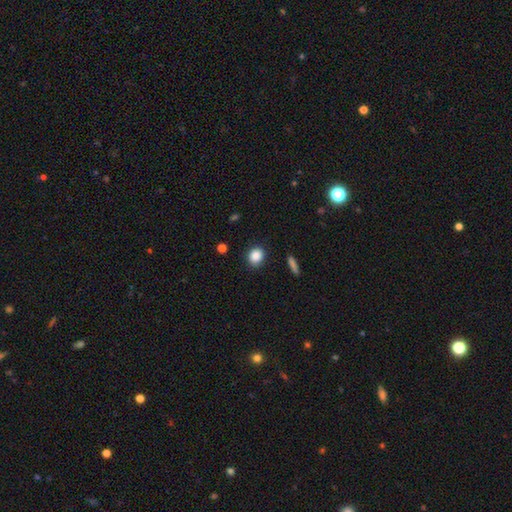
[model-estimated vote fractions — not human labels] The model was most divided on "how rounded": round: 69%, in between: 30%, cigar-shaped: 1%. More confident: merging — none (88%); smooth or featured — smooth (87%).